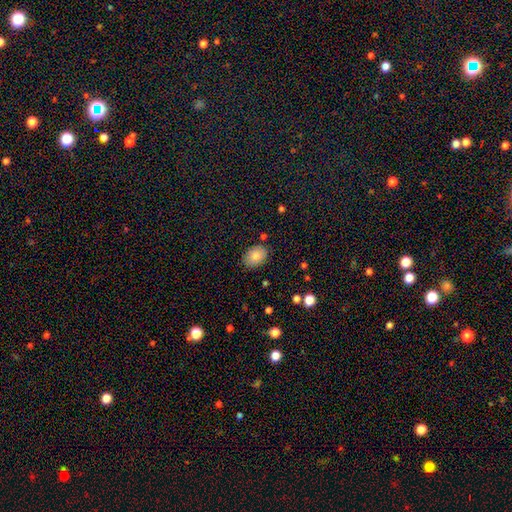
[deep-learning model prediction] Overall: smooth (83%). How rounded: in between (81%). Merging: none (83%).